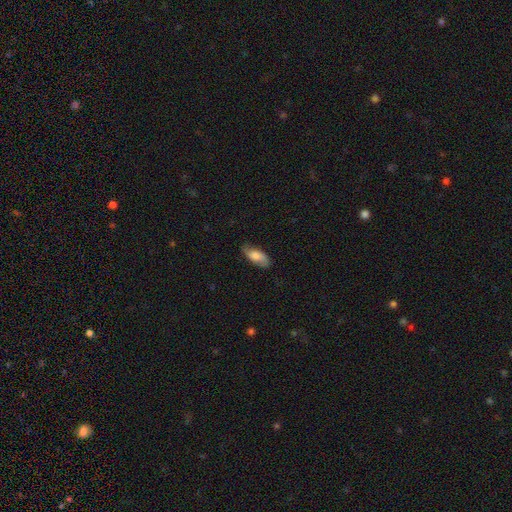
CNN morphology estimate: This is likely a smooth galaxy (65%). How rounded: clearly in between (86%). Merging: likely none (75%).